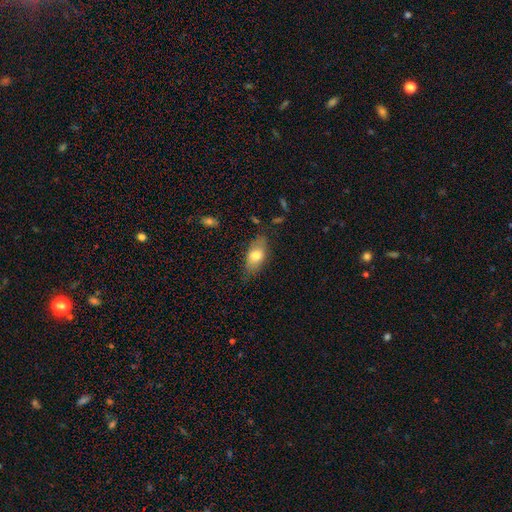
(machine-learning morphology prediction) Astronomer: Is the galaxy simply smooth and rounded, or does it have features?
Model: smooth — 73%.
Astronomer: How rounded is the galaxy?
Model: in between — 87%.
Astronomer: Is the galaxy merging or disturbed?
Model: none — 74%.